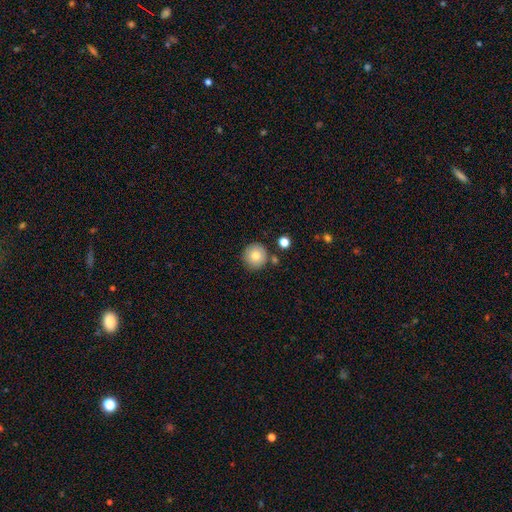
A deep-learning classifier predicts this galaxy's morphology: type=smooth (81%); roundness=round (95%); merging=none (81%).